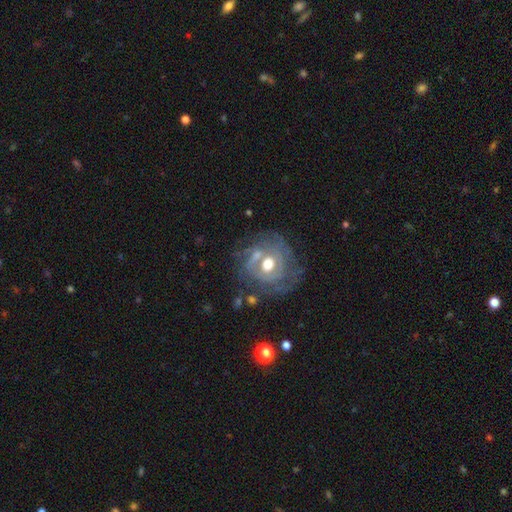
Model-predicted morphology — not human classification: Q: Smooth or featured?
A: featured or disk (75%); runner-up: smooth (16%)
Q: Edge-on disk?
A: no (97%); runner-up: yes (3%)
Q: Bar?
A: no (58%); runner-up: weak (31%)
Q: Spiral arms?
A: yes (77%); runner-up: no (23%)
Q: Spiral winding?
A: tight (66%); runner-up: medium (26%)
Q: Spiral arm count?
A: can't tell (43%); runner-up: 2 (26%)
Q: Bulge size?
A: moderate (75%); runner-up: small (12%)
Q: Merging?
A: none (61%); runner-up: minor disturbance (18%)